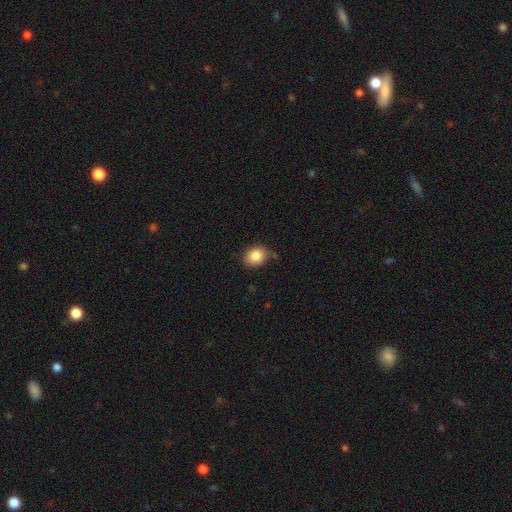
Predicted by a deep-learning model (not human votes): Smooth or featured? Predicted: smooth (p=0.85). How rounded? Predicted: round (p=0.60). Merging? Predicted: none (p=0.79).